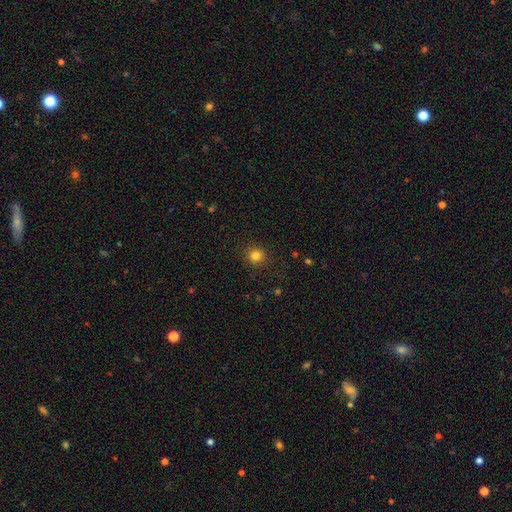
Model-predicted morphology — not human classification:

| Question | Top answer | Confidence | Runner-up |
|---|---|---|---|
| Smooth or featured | smooth | 82% | star or artifact (13%) |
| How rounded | round | 91% | in between (9%) |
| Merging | none | 90% | minor disturbance (7%) |